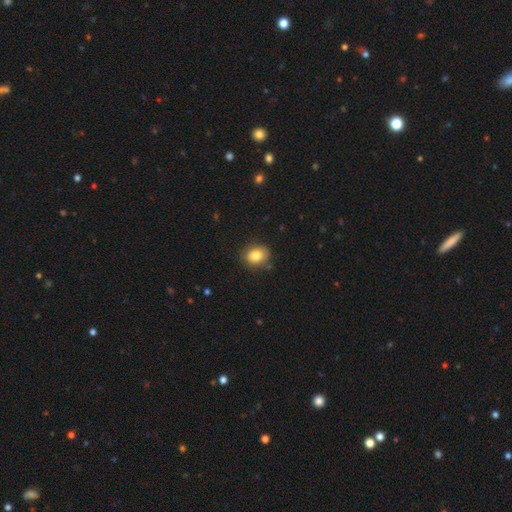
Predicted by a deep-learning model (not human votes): smooth-or-featured: smooth: 82% | star or artifact: 10% | featured or disk: 8%
  how-rounded: round: 59% | in between: 40% | cigar-shaped: 1%
  merging: none: 83% | minor disturbance: 13% | major disturbance: 3% | merger: 2%